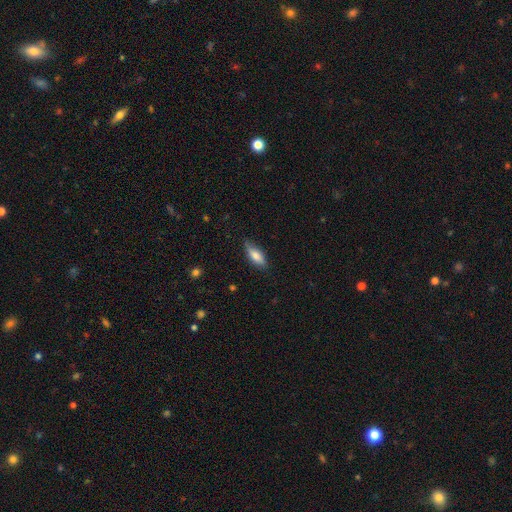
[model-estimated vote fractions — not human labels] The model was most divided on "how rounded": in between: 68%, cigar-shaped: 29%, round: 2%. More confident: merging — none (76%); smooth or featured — smooth (75%).